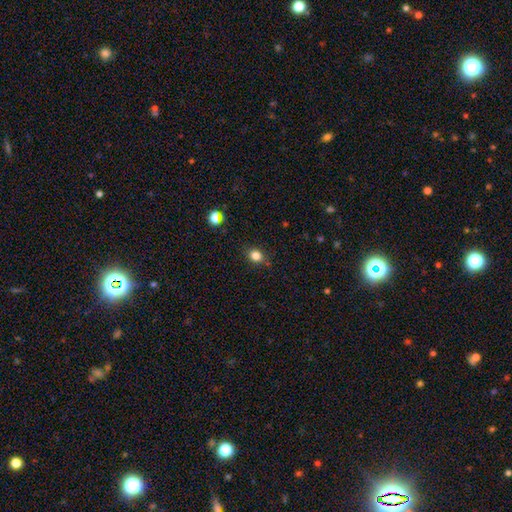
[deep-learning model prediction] Smooth or featured? smooth (82%)
How rounded? round (63%)
Merging? none (85%)